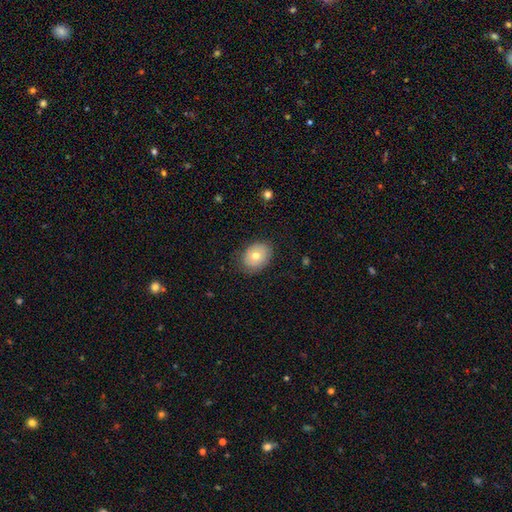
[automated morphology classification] The model was most divided on "how rounded": in between: 62%, round: 38%, cigar-shaped: 1%. More confident: merging — none (77%); smooth or featured — smooth (68%).